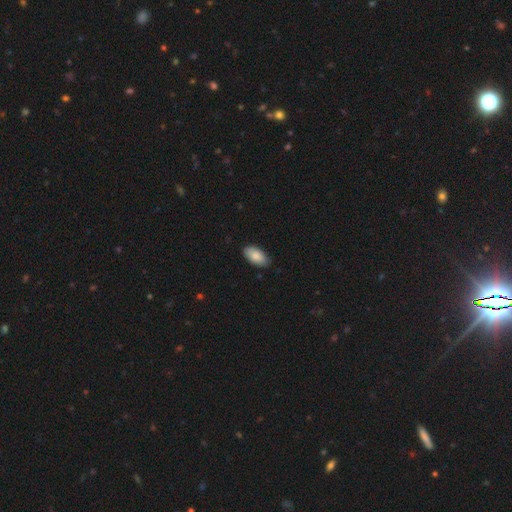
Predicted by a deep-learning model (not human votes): Smooth or featured? smooth (87%)
How rounded? in between (95%)
Merging? none (85%)